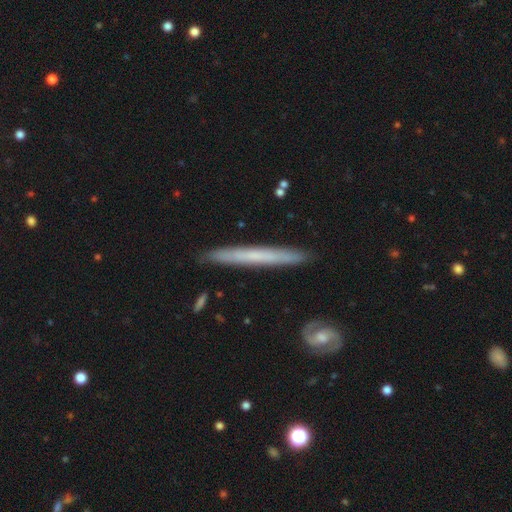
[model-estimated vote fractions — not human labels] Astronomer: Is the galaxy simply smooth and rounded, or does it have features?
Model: featured or disk — 47%, tied with smooth at 47%.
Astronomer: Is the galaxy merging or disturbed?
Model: none — 89%.